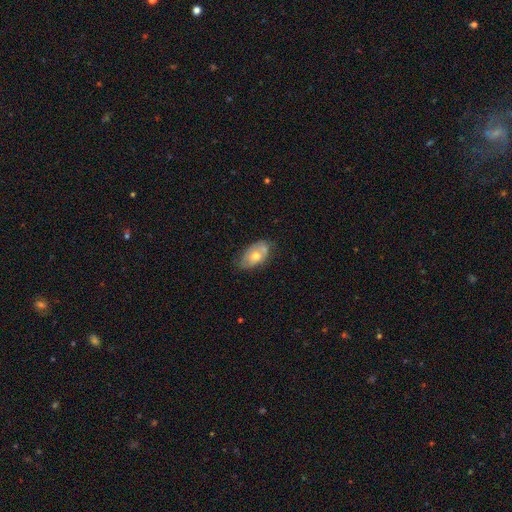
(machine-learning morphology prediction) Smooth or featured? smooth (57%)
How rounded? in between (91%)
Merging? none (55%)